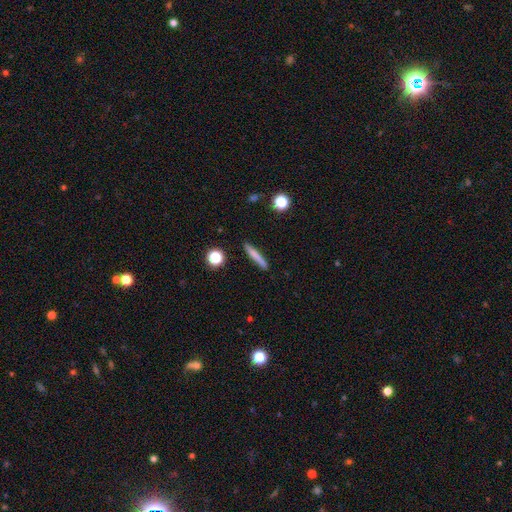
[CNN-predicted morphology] A smooth galaxy with no disk features (70%) that is cigar-shaped (93%). Merging: none (85%).